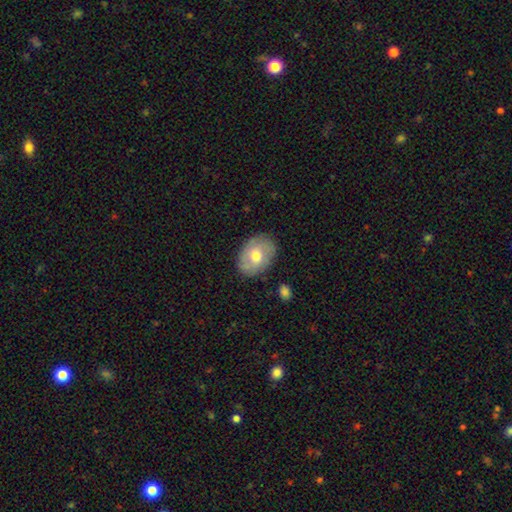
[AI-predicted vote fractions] The model was most divided on "smooth or featured": smooth: 49%, featured or disk: 44%, star or artifact: 7%. More confident: merging — none (81%).